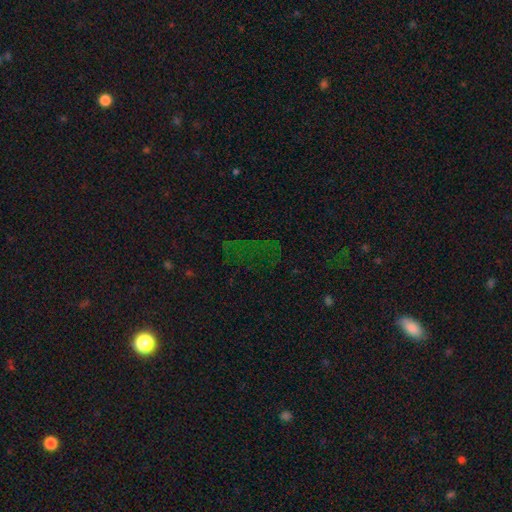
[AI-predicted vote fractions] This appears to be a star or artifact, not a galaxy (67%).